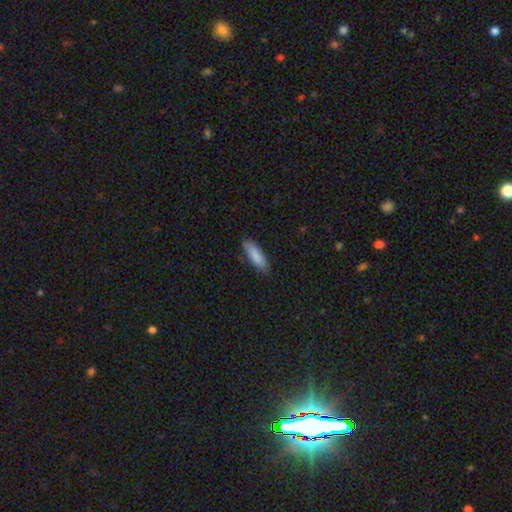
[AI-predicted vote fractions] Overall: smooth (88%). How rounded: in between (51%; cigar-shaped 47%). Merging: none (83%).